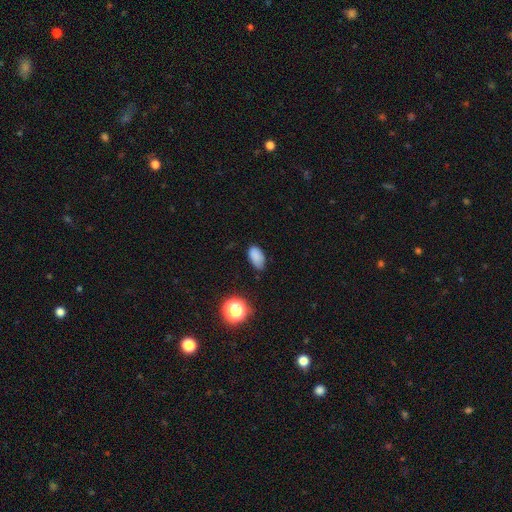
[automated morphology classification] A smooth galaxy with no disk features (83%) that is in between round and cigar-shaped (91%).

Vote fractions:
- Smooth or featured? smooth: 83% / star or artifact: 12% / featured or disk: 5%
- How rounded? in between: 91% / round: 7% / cigar-shaped: 2%
- Merging? none: 68% / minor disturbance: 25% / major disturbance: 5% / merger: 2%